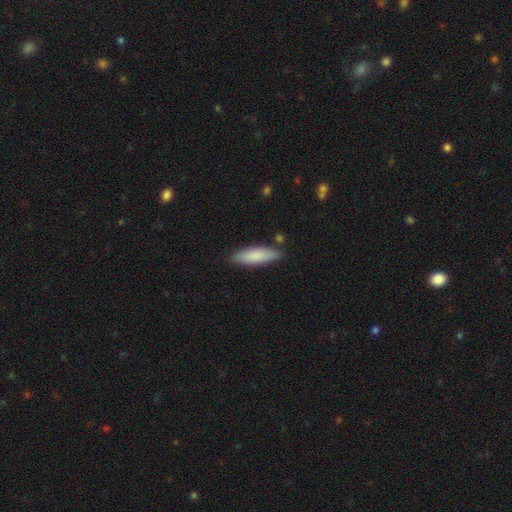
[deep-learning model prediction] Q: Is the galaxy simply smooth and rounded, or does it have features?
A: smooth — 83%.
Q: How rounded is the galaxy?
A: cigar-shaped — 59%.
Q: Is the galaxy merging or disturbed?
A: none — 84%.